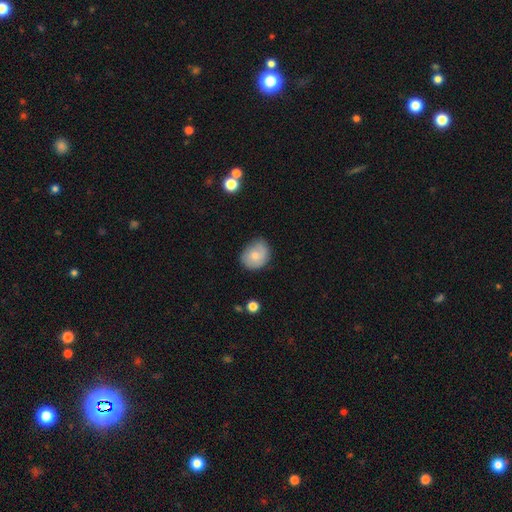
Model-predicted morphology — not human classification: Smooth or featured: smooth — 72% (featured or disk — 20%)
How rounded: round — 52% (in between — 47%)
Merging: none — 68% (minor disturbance — 25%)